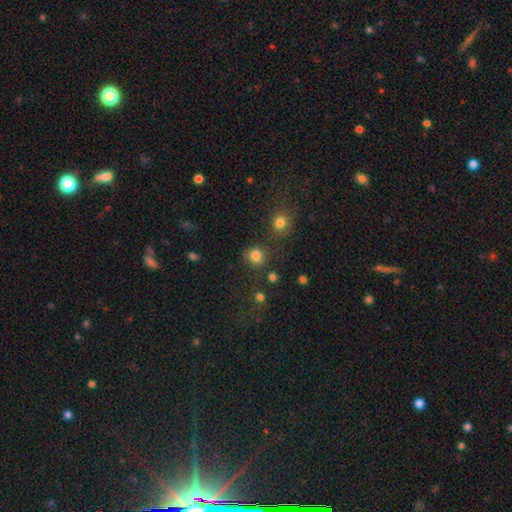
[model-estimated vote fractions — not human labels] Overall: smooth (81%). How rounded: round (88%). Merging: none (77%).